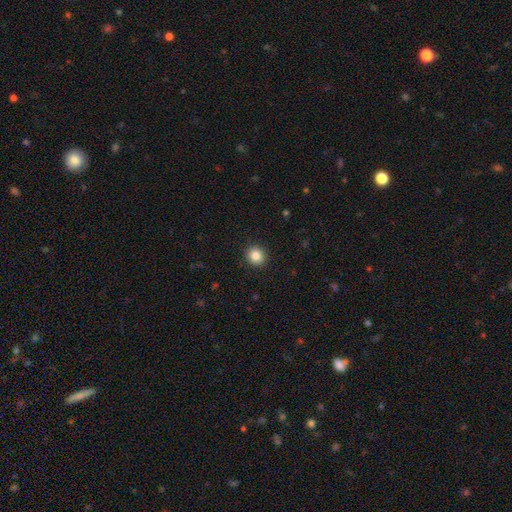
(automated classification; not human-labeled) smooth_or_featured: smooth (p=0.85) [alt: star or artifact p=0.10]
how_rounded: round (p=0.88) [alt: in between p=0.11]
merging: none (p=0.92) [alt: minor disturbance p=0.05]